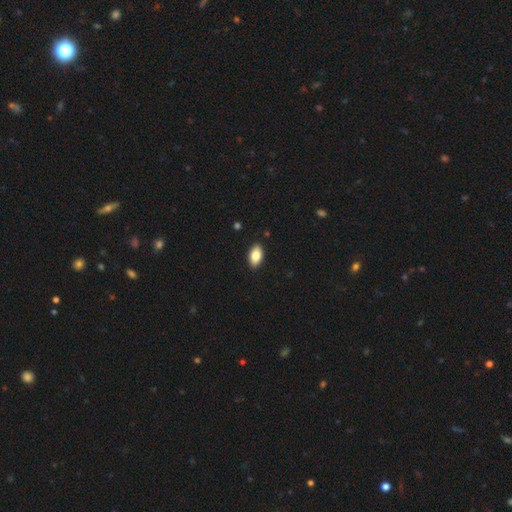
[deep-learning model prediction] Smooth or featured? smooth (85%)
How rounded? in between (94%)
Merging? none (90%)